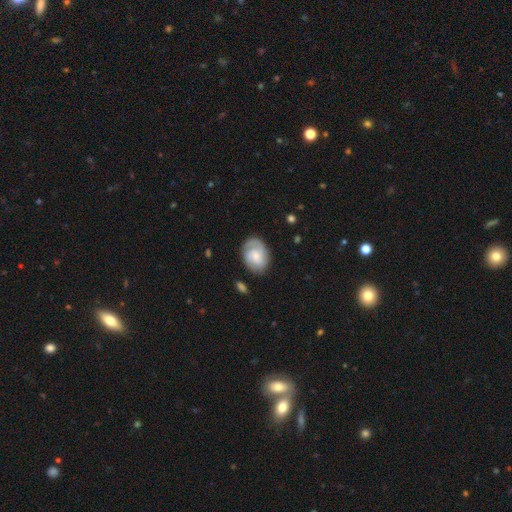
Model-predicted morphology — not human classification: Smooth or featured?
  - featured or disk: 57% *
  - smooth: 37%
  - star or artifact: 6%
Edge-on disk?
  - no: 97% *
  - yes: 3%
Bar?
  - no: 58% *
  - weak: 37%
  - strong: 5%
Spiral arms?
  - yes: 89% *
  - no: 11%
Bulge size?
  - small: 56% *
  - moderate: 30%
  - none: 9%
  - large: 4%
  - dominant: 1%
Merging?
  - none: 71% *
  - minor disturbance: 20%
  - major disturbance: 7%
  - merger: 2%